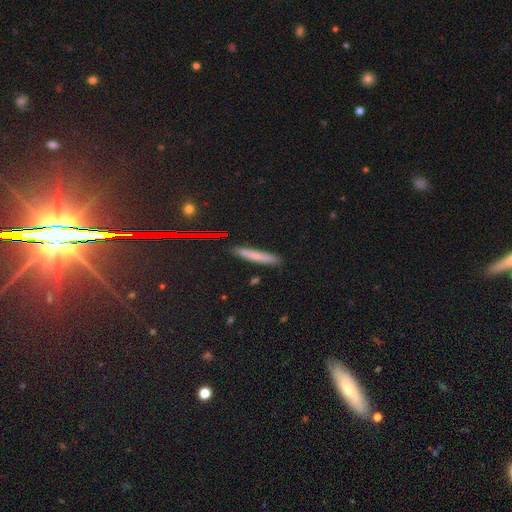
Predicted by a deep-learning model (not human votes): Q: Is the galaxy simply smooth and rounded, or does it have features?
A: smooth — 72%.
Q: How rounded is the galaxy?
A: cigar-shaped — 94%.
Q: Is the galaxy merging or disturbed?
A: none — 85%.